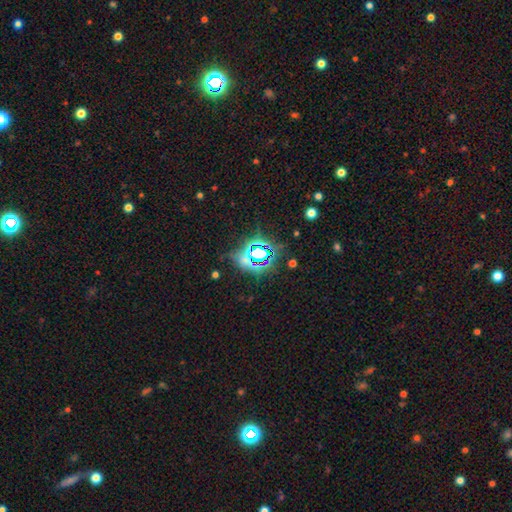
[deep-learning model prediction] Q: Smooth or featured?
A: star or artifact (70%); runner-up: smooth (19%)